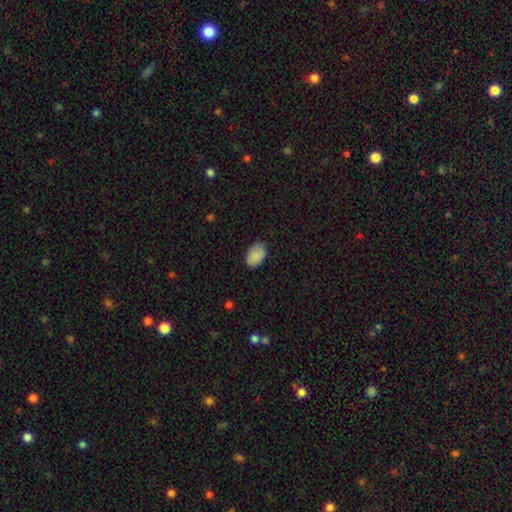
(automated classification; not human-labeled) smooth-or-featured: smooth: 89% | star or artifact: 7% | featured or disk: 4%
  how-rounded: in between: 85% | round: 14% | cigar-shaped: 1%
  merging: none: 82% | minor disturbance: 14% | major disturbance: 3% | merger: 1%